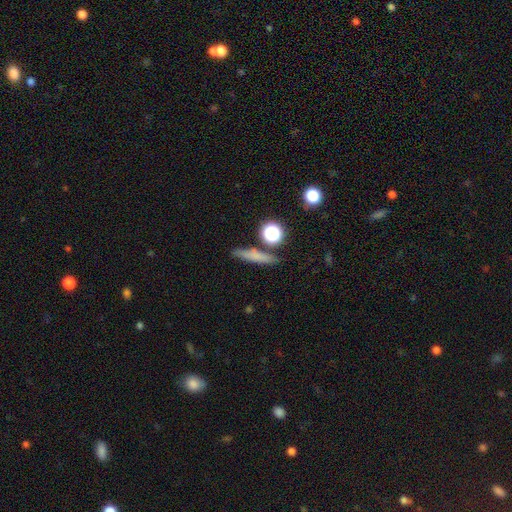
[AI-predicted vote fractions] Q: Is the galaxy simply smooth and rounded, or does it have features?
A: smooth — 66%.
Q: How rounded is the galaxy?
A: cigar-shaped — 73%.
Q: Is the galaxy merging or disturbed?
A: none — 81%.